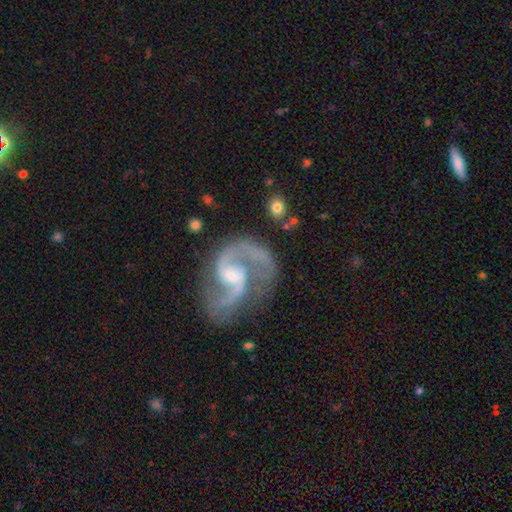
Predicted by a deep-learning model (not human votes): smooth-or-featured: featured or disk: 92% | star or artifact: 5% | smooth: 3%
  disk-edge-on: no: 98% | yes: 2%
    bar: weak: 53% | no: 31% | strong: 16%
    has-spiral-arms: yes: 98% | no: 2%
      spiral-winding: medium: 61% | loose: 26% | tight: 12%
      spiral-arm-count: 2: 93% | 1: 2% | can't tell: 2% | 3: 2% | 4: 1% | more than 4: 1%
    bulge-size: small: 45% | moderate: 39% | none: 10% | large: 4% | dominant: 1%
  merging: none: 71% | minor disturbance: 17% | major disturbance: 9% | merger: 3%